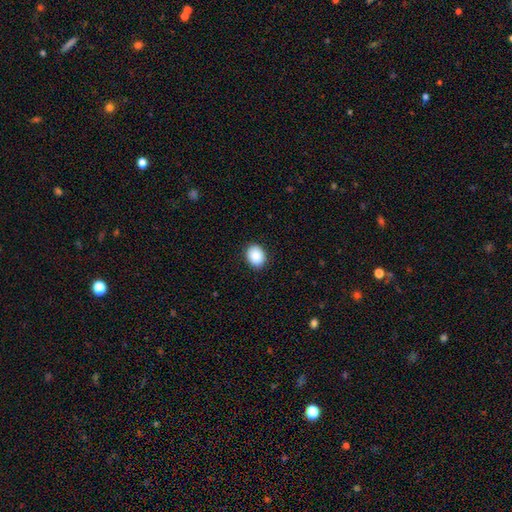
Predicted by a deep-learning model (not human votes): This appears to be a smooth galaxy with no disk features (90%) that is round (50%). Merging: none (90%).